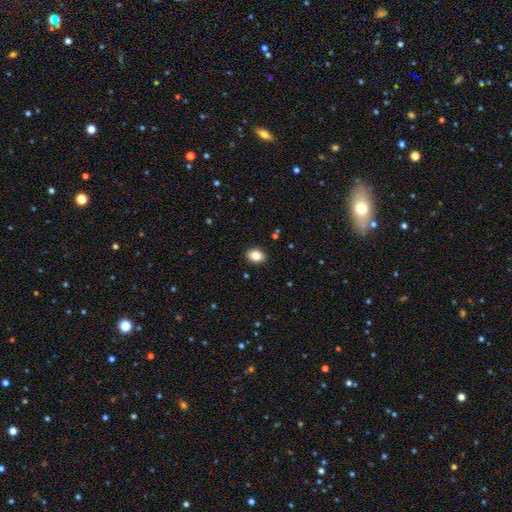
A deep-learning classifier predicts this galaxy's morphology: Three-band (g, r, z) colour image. It shows a smooth galaxy with no disk features (86%) that is in between round and cigar-shaped (74%). Merging: none (90%).